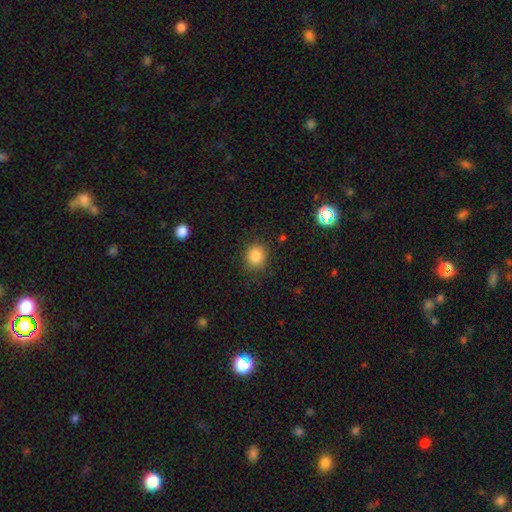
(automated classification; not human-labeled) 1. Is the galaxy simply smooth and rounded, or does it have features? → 84% smooth, 11% star or artifact, 5% featured or disk.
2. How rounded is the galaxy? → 76% round, 24% in between, 1% cigar-shaped.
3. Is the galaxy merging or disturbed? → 85% none, 10% minor disturbance, 3% major disturbance, 1% merger.